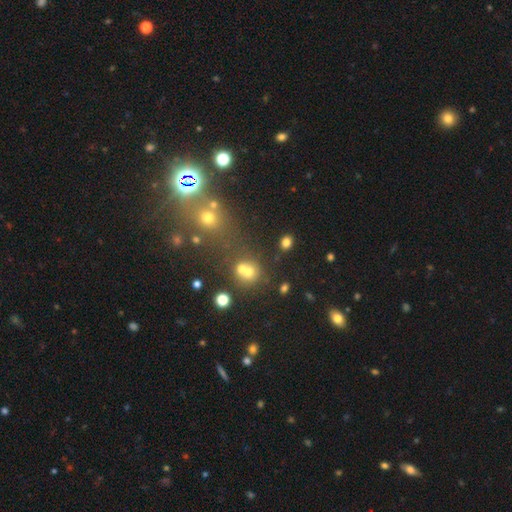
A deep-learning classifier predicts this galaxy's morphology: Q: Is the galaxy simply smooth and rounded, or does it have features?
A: star or artifact — 49%.